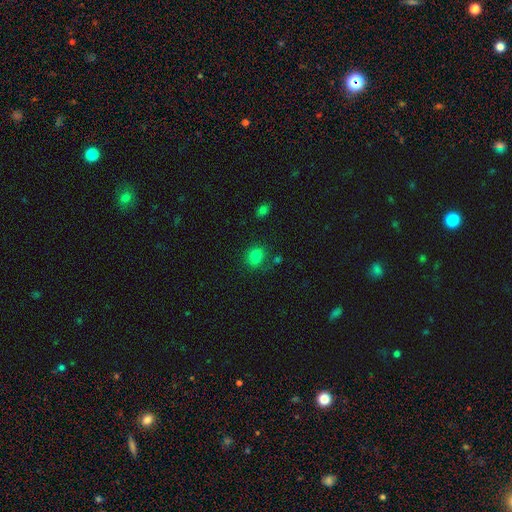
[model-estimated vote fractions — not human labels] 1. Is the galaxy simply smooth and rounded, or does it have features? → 78% smooth, 15% star or artifact, 7% featured or disk.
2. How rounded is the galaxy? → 52% round, 47% in between, 1% cigar-shaped.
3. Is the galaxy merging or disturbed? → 62% none, 19% minor disturbance, 12% merger, 7% major disturbance.